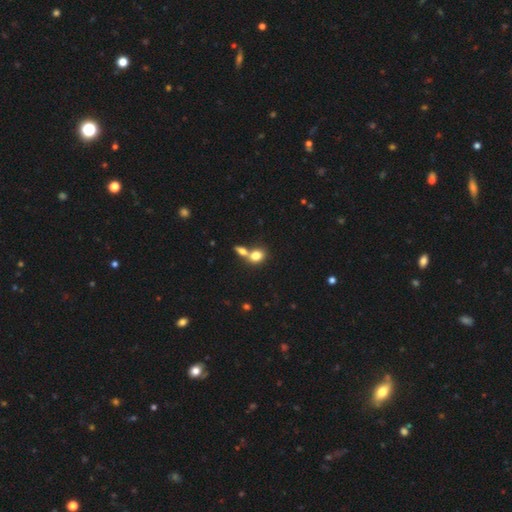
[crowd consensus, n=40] Overall: smooth (80%). How rounded: in between (66%; round 34%). Merging: none (42%, tied with merger).